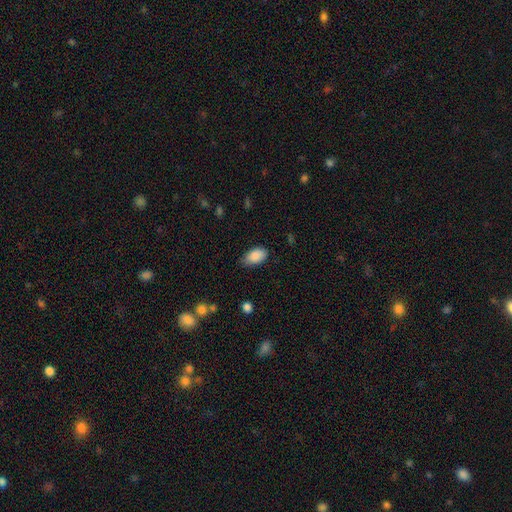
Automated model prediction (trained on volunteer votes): This appears to be a smooth galaxy with no disk features (89%) that is in between round and cigar-shaped (93%). Merging: none (73%).